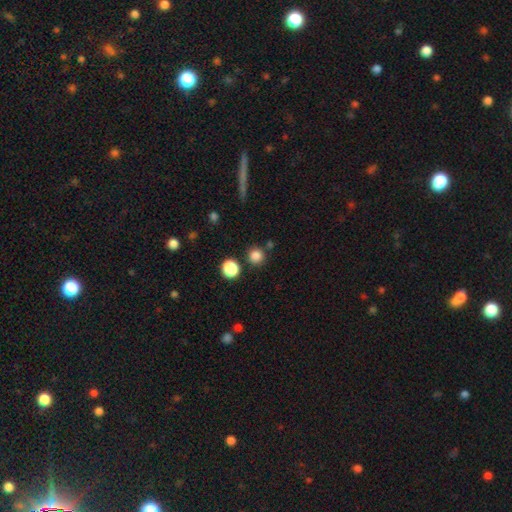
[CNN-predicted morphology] The model was most divided on "smooth or featured": smooth: 82%, star or artifact: 13%, featured or disk: 5%. More confident: how rounded — round (93%); merging — none (83%).